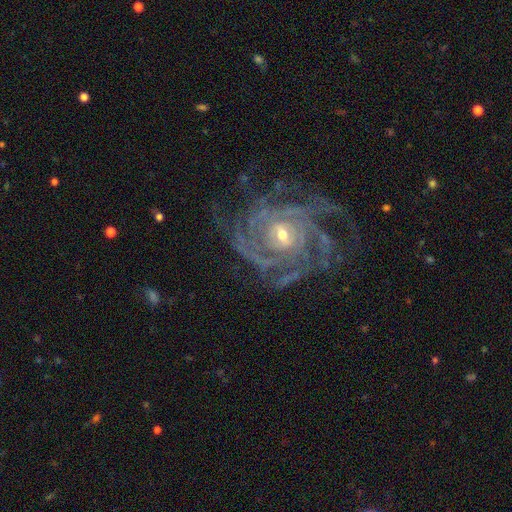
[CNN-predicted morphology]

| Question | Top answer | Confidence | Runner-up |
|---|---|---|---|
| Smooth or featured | featured or disk | 90% | star or artifact (7%) |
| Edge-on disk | no | 97% | yes (3%) |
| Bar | no | 63% | weak (27%) |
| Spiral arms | yes | 97% | no (3%) |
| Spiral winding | tight | 68% | medium (27%) |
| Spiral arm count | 4 | 24% | can't tell (23%) |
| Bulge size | small | 56% | moderate (41%) |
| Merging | none | 72% | minor disturbance (17%) |